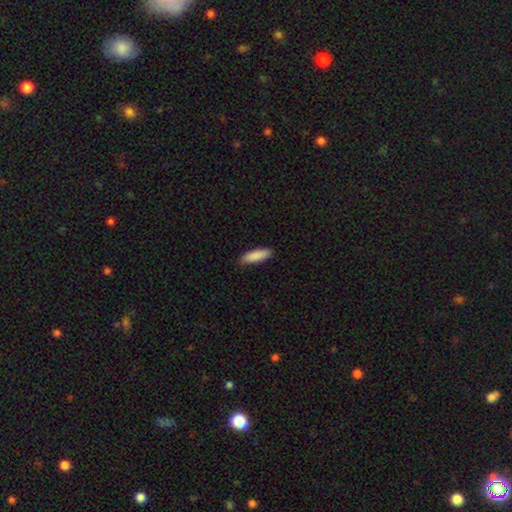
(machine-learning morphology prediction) Smooth or featured? Predicted: smooth (p=0.89). How rounded? Predicted: cigar-shaped (p=0.50). Merging? Predicted: none (p=0.85).